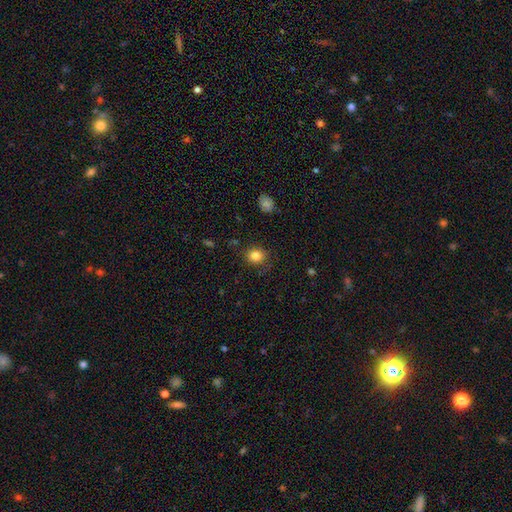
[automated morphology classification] Smooth or featured: smooth — 84% (star or artifact — 11%)
How rounded: round — 74% (in between — 25%)
Merging: none — 83% (minor disturbance — 12%)